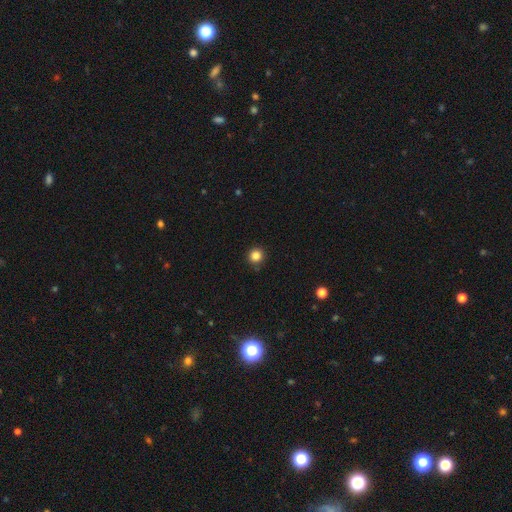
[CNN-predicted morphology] Overall: smooth (84%). How rounded: round (94%). Merging: none (89%).